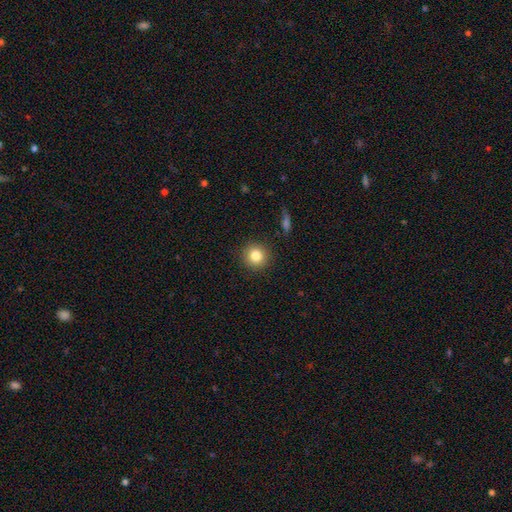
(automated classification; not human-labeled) A smooth galaxy with no disk features (82%) that is round (93%).

Vote fractions:
- Smooth or featured? smooth: 82% / star or artifact: 10% / featured or disk: 7%
- How rounded? round: 93% / in between: 6% / cigar-shaped: 1%
- Merging? none: 91% / minor disturbance: 6% / major disturbance: 2% / merger: 1%